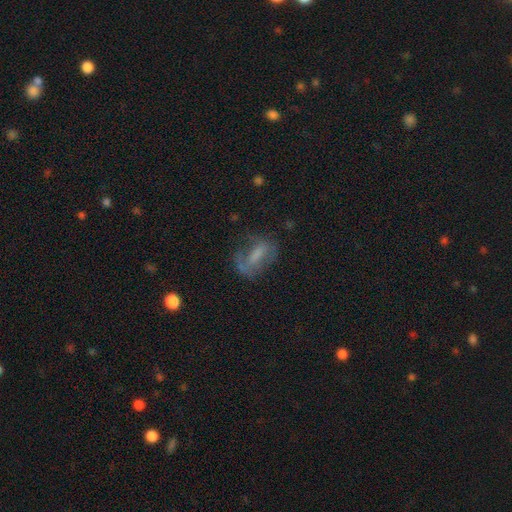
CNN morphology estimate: This is possibly a featured or disk galaxy (50%). Merging: possibly none (48%).